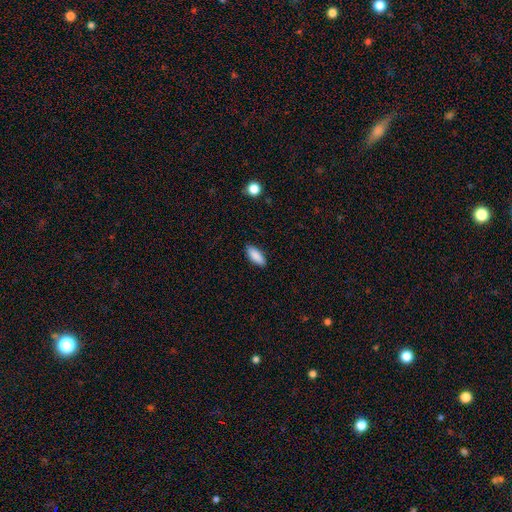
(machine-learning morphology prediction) A smooth galaxy with no disk features (89%) that is in between round and cigar-shaped (77%).

Vote fractions:
- Smooth or featured? smooth: 89% / star or artifact: 6% / featured or disk: 5%
- How rounded? in between: 77% / cigar-shaped: 21% / round: 2%
- Merging? none: 88% / minor disturbance: 9% / major disturbance: 2% / merger: 1%